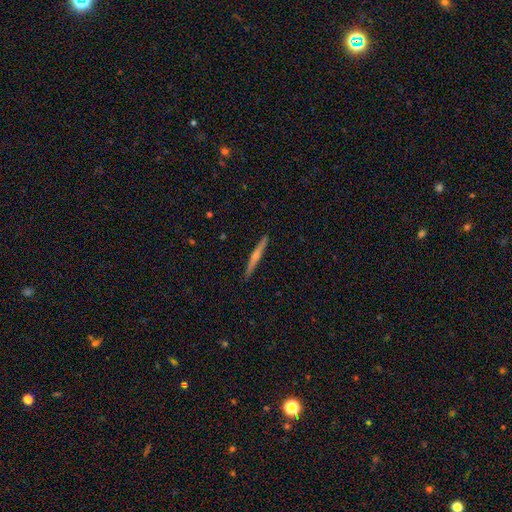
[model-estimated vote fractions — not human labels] A featured or disk galaxy (70%) viewed edge-on (98%) with a rounded central bulge (78%). Merging: none (92%).